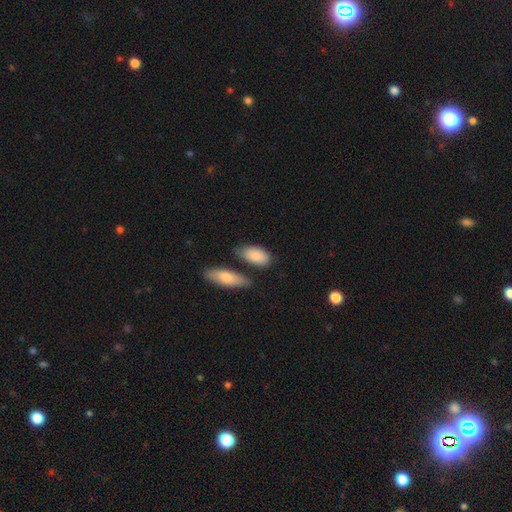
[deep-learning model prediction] A smooth galaxy with no disk features (85%) that is in between round and cigar-shaped (90%). Merging: none (61%).